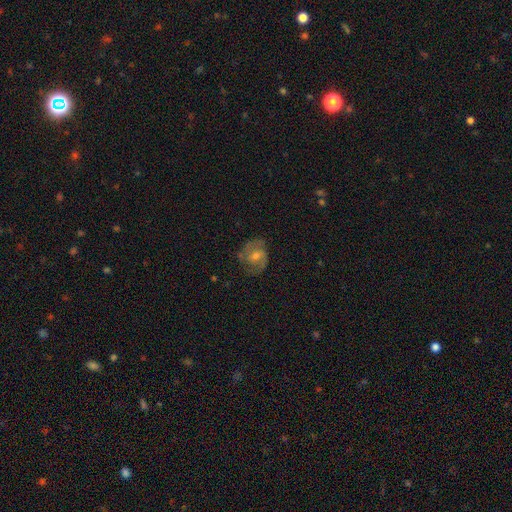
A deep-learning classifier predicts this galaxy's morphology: This appears to be a featured or disk galaxy (77%) with a weak bar (45%), 2 (80%) medium (52%) spiral arms (93%) and a moderate central bulge (54%). Merging: none (75%).